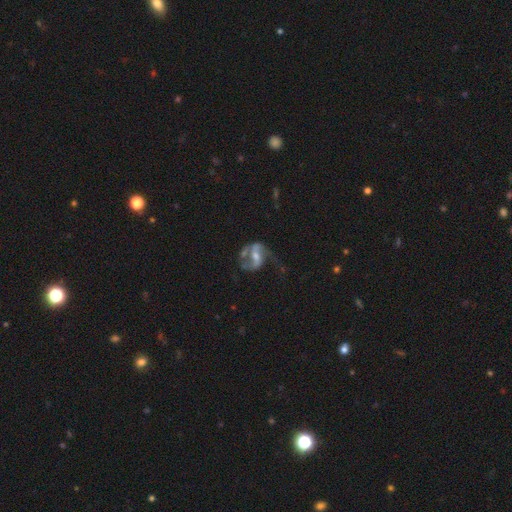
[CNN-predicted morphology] Q: Smooth or featured?
A: featured or disk (77%); runner-up: smooth (16%)
Q: Edge-on disk?
A: no (97%); runner-up: yes (3%)
Q: Bar?
A: weak (43%); runner-up: no (33%)
Q: Spiral arms?
A: yes (81%); runner-up: no (19%)
Q: Spiral winding?
A: loose (50%); runner-up: medium (39%)
Q: Spiral arm count?
A: 2 (69%); runner-up: 1 (18%)
Q: Bulge size?
A: moderate (50%); runner-up: small (34%)
Q: Merging?
A: major disturbance (39%); runner-up: none (34%)